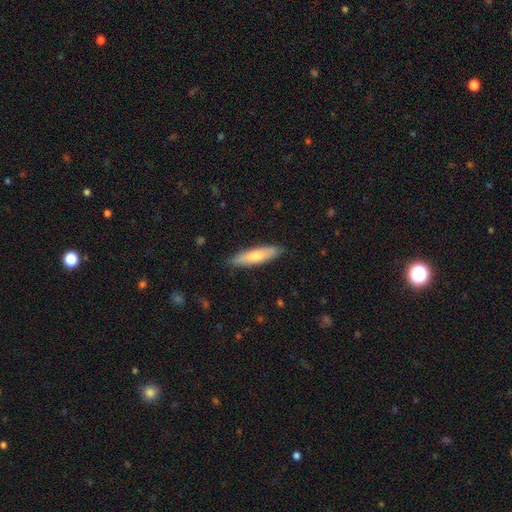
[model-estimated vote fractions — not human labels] A smooth galaxy with no disk features (69%) that is cigar-shaped (75%).

Vote fractions:
- Smooth or featured? smooth: 69% / featured or disk: 25% / star or artifact: 5%
- How rounded? cigar-shaped: 75% / in between: 23% / round: 1%
- Merging? none: 88% / minor disturbance: 9% / major disturbance: 2% / merger: 1%